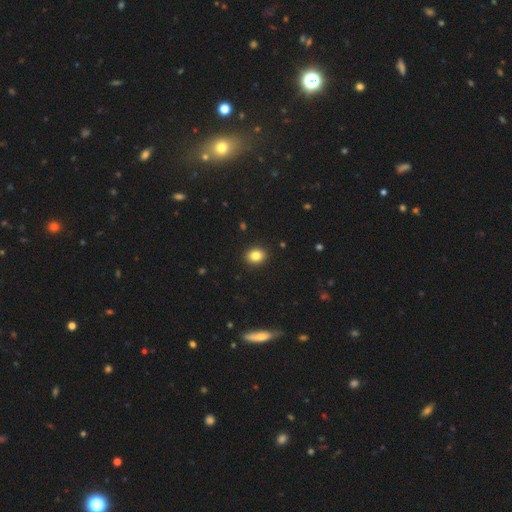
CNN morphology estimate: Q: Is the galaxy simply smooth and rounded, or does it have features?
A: smooth — 83%.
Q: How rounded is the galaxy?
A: round — 55%.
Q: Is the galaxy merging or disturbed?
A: none — 92%.